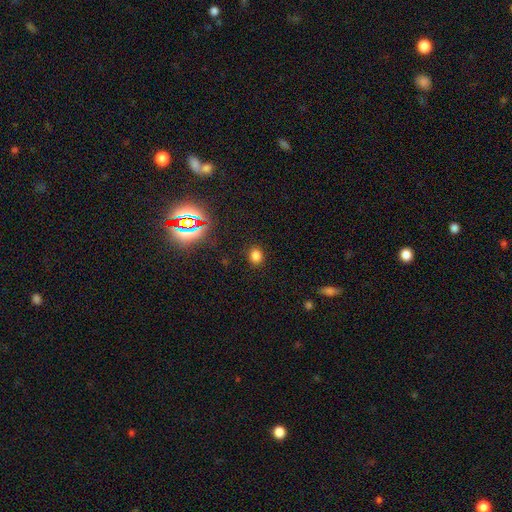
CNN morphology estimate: This appears to be a smooth galaxy with no disk features (76%) that is round (59%). Merging: none (88%).